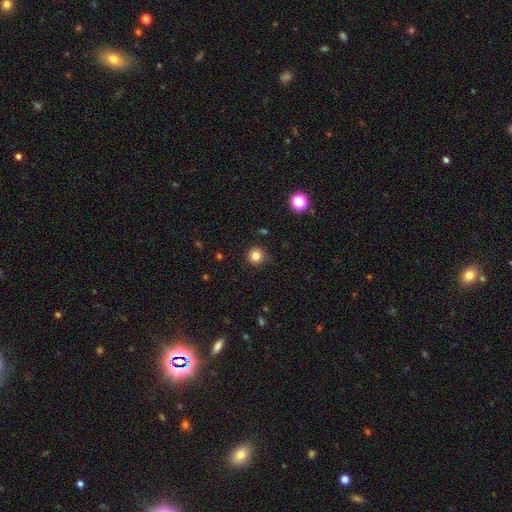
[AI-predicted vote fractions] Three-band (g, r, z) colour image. It shows a smooth galaxy with no disk features (82%) that is round (94%). Merging: none (86%).